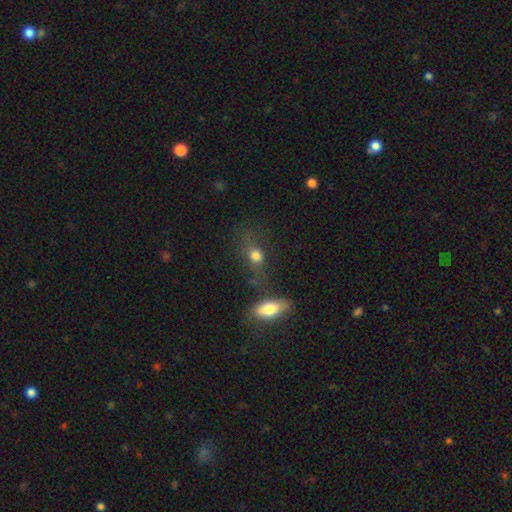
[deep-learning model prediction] Smooth or featured? Predicted: smooth (p=0.71). How rounded? Predicted: in between (p=0.48). Merging? Predicted: none (p=0.56).